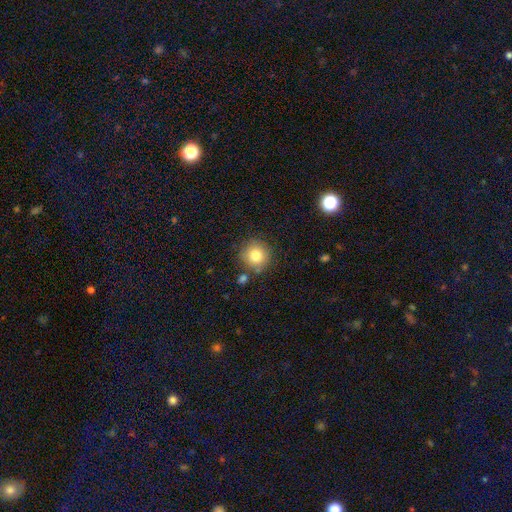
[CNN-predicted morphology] A smooth galaxy with no disk features (80%) that is round (93%).

Vote fractions:
- Smooth or featured? smooth: 80% / star or artifact: 11% / featured or disk: 9%
- How rounded? round: 93% / in between: 6% / cigar-shaped: 1%
- Merging? none: 80% / minor disturbance: 11% / merger: 6% / major disturbance: 3%